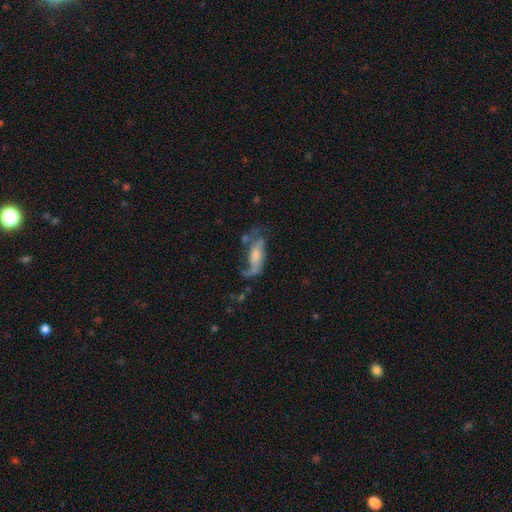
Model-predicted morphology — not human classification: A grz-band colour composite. It shows a featured or disk galaxy (62%) with no bar (54%), spiral arms (81%) and a small central bulge (42%). Merging: none (38%).